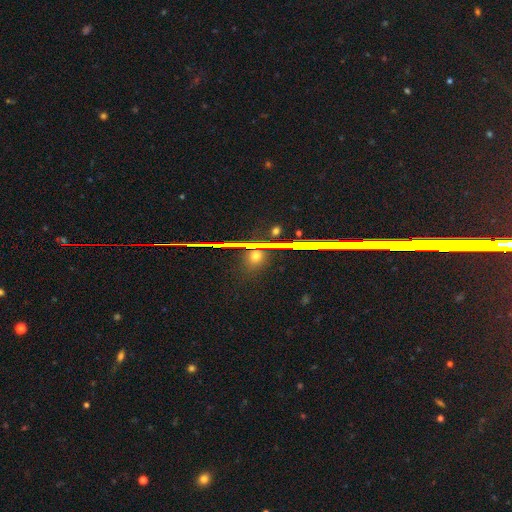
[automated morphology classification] Overall: star or artifact (44%, tied with smooth).